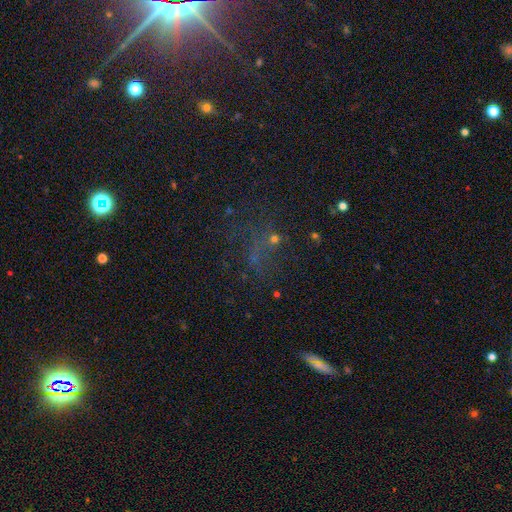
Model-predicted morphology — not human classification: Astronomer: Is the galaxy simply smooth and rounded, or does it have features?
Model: star or artifact — 48% (runner-up: smooth, 30%).